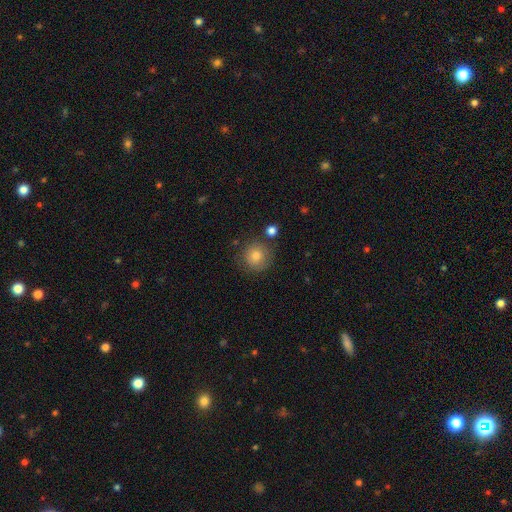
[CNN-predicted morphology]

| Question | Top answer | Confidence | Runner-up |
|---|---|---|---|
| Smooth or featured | smooth | 79% | star or artifact (10%) |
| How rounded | round | 92% | in between (7%) |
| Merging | none | 79% | minor disturbance (13%) |